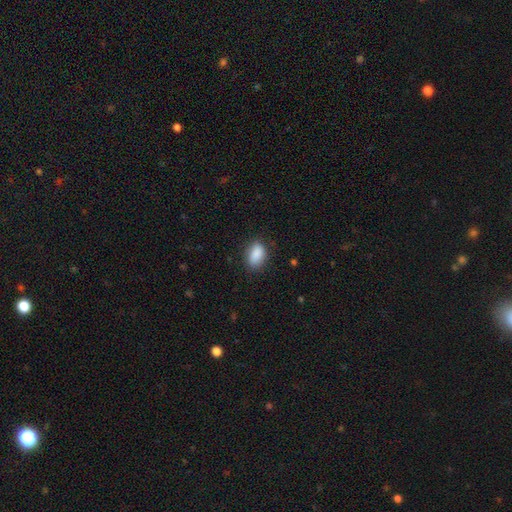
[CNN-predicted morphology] type=smooth (89%); roundness=in between (88%); merging=none (82%).